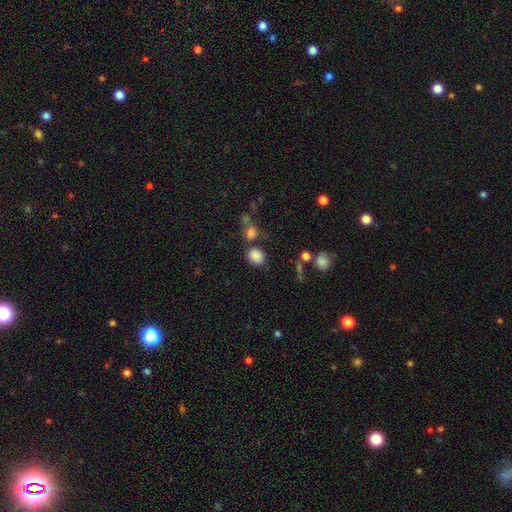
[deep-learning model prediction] smooth-or-featured: smooth: 84% | star or artifact: 11% | featured or disk: 5%
  how-rounded: round: 54% | in between: 45% | cigar-shaped: 1%
  merging: none: 70% | minor disturbance: 13% | merger: 12% | major disturbance: 5%